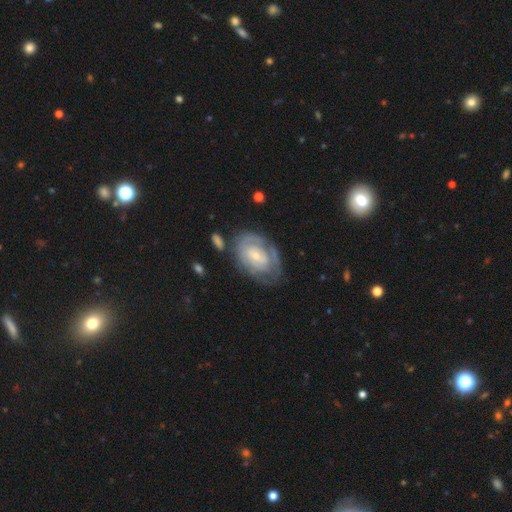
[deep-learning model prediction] Smooth or featured? featured or disk (72%)
Edge-on disk? no (96%)
Bar? no (71%)
Spiral arms? yes (70%)
Bulge size? small (71%)
Merging? none (60%)